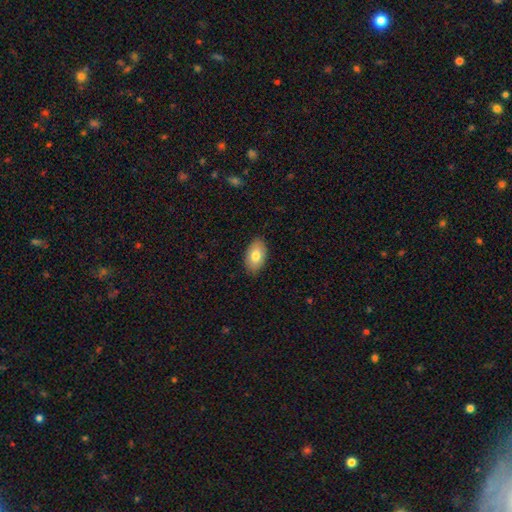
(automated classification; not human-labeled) This appears to be a smooth galaxy with no disk features (78%) that is in between round and cigar-shaped (93%). Merging: none (87%).